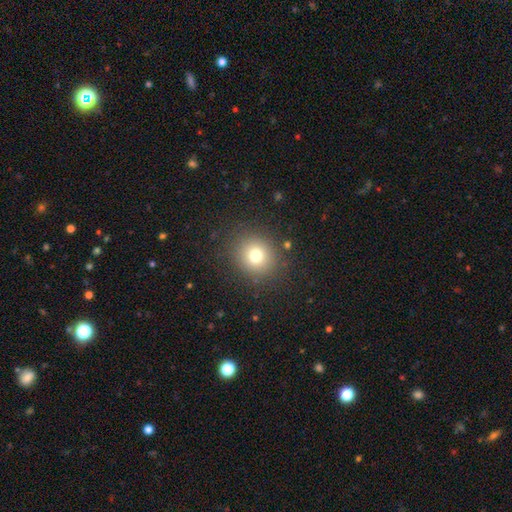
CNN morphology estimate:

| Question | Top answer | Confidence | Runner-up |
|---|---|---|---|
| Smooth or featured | smooth | 75% | star or artifact (15%) |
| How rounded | round | 85% | in between (14%) |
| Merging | none | 87% | minor disturbance (8%) |